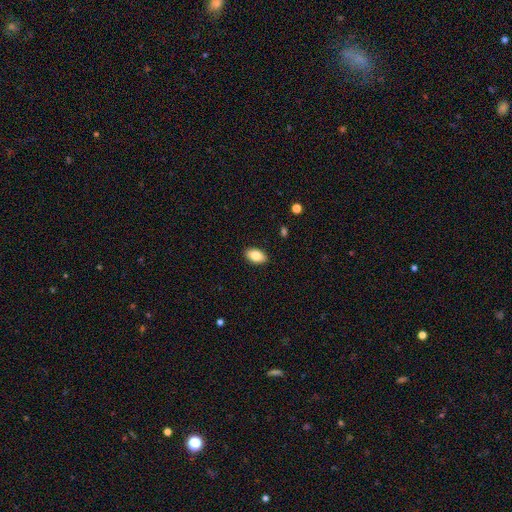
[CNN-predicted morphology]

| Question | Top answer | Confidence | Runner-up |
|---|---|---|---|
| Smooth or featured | smooth | 82% | featured or disk (11%) |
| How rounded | in between | 93% | round (5%) |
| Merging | none | 89% | minor disturbance (8%) |